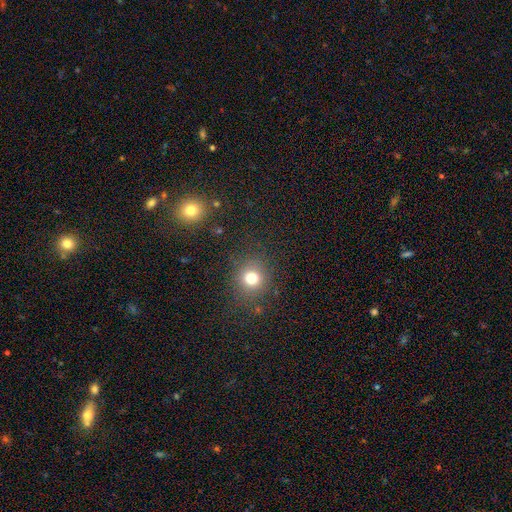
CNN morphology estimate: Smooth or featured? smooth (62%)
How rounded? round (89%)
Merging? none (88%)